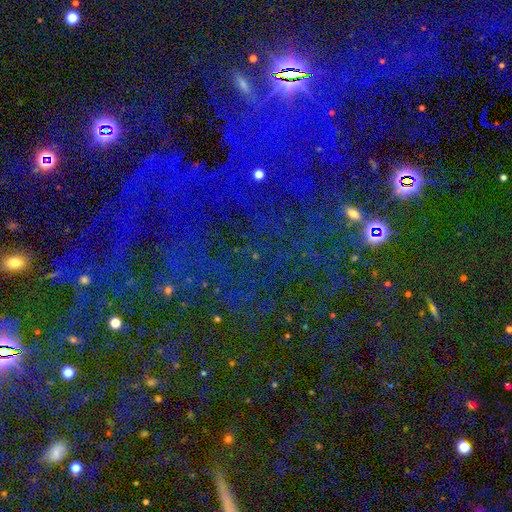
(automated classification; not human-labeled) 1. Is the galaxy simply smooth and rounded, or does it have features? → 78% star or artifact, 13% smooth, 9% featured or disk.